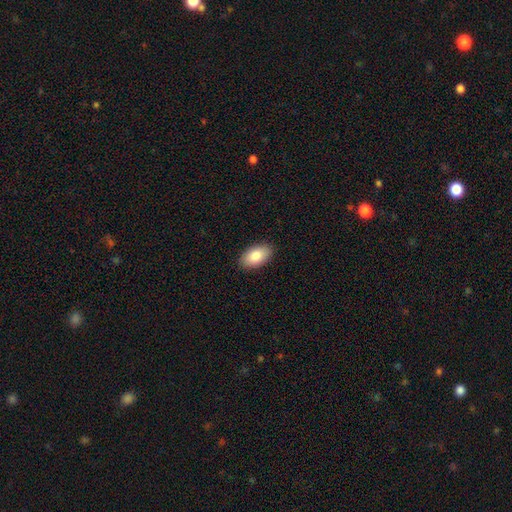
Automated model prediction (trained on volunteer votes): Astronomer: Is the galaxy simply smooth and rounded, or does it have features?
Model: smooth — 86%.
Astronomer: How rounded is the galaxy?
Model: in between — 95%.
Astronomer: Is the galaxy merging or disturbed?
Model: none — 89%.